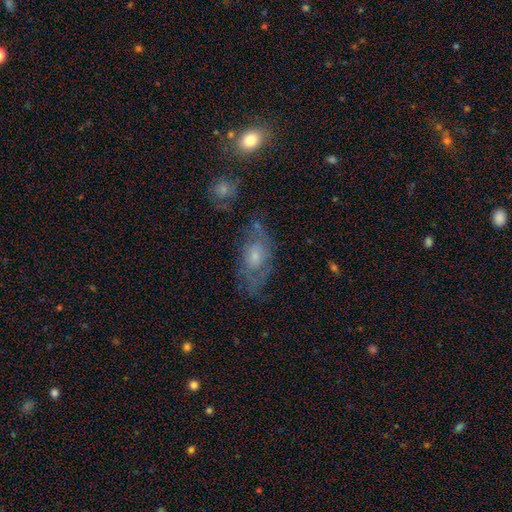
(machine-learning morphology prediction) Overall: featured or disk (63%; smooth 24%). Edge-on disk: no (91%). Bar: no (72%). Spiral arms: yes (77%). Bulge size: small (46%; moderate 43%). Merging: none (69%).